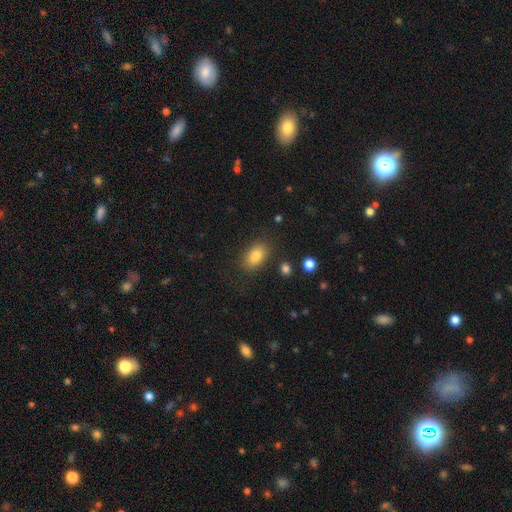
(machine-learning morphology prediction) Smooth or featured? smooth (83%)
How rounded? in between (87%)
Merging? none (82%)